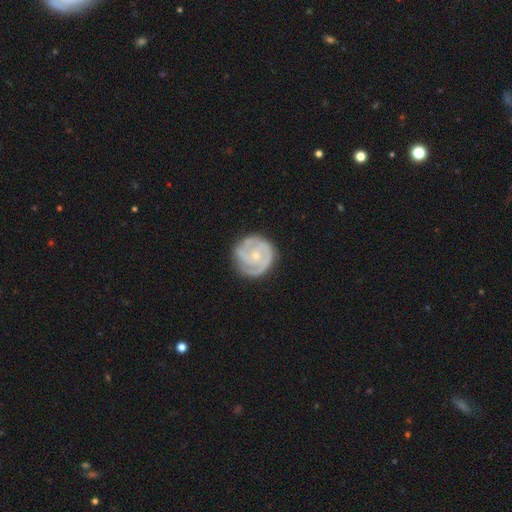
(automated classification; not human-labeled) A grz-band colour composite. It shows a featured or disk galaxy (81%) with no bar (76%), 3 (40%) tight (65%) spiral arms (94%) and a small central bulge (70%). Merging: none (76%).